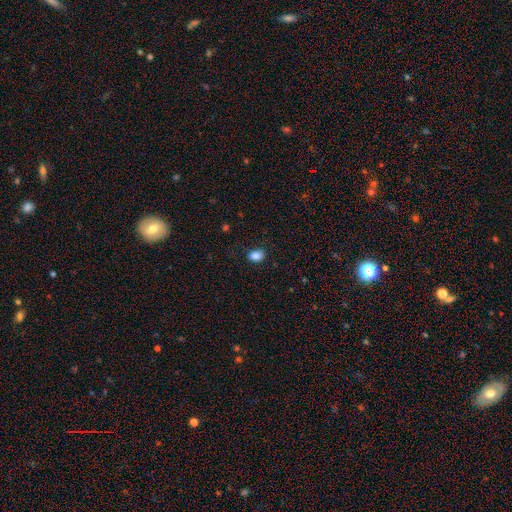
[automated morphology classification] Smooth or featured? Predicted: smooth (p=0.86). How rounded? Predicted: in between (p=0.75). Merging? Predicted: none (p=0.85).